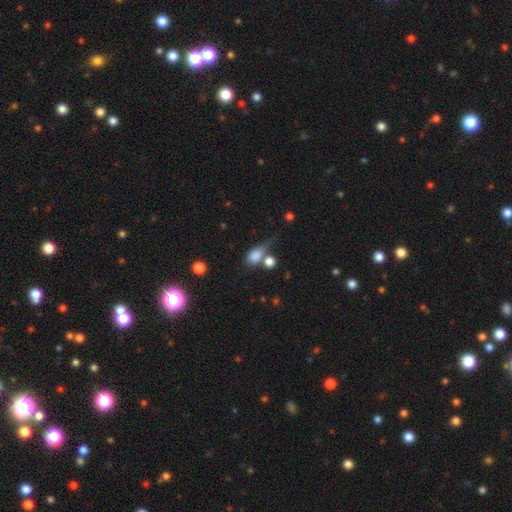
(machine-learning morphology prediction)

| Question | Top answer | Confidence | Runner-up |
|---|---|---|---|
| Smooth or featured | smooth | 79% | star or artifact (11%) |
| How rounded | in between | 68% | round (26%) |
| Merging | none | 34% | merger (31%) |